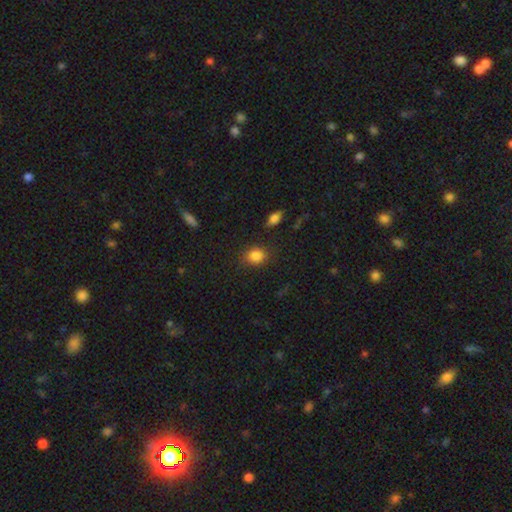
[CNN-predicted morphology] smooth-or-featured: smooth: 85% | star or artifact: 10% | featured or disk: 5%
  how-rounded: round: 70% | in between: 29% | cigar-shaped: 1%
  merging: none: 80% | minor disturbance: 13% | major disturbance: 4% | merger: 3%